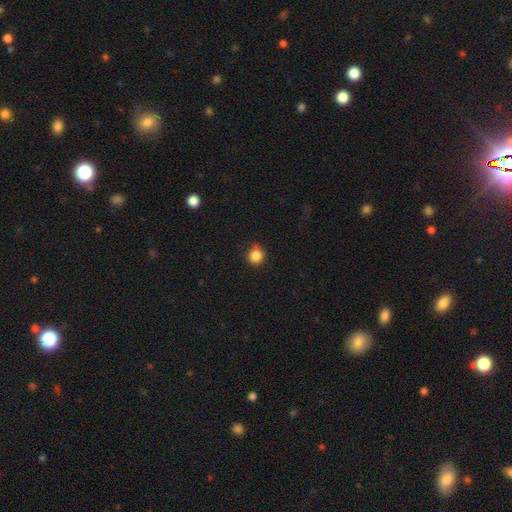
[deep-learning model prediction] Morphology: type=smooth (85%); roundness=round (92%); merging=none (80%).